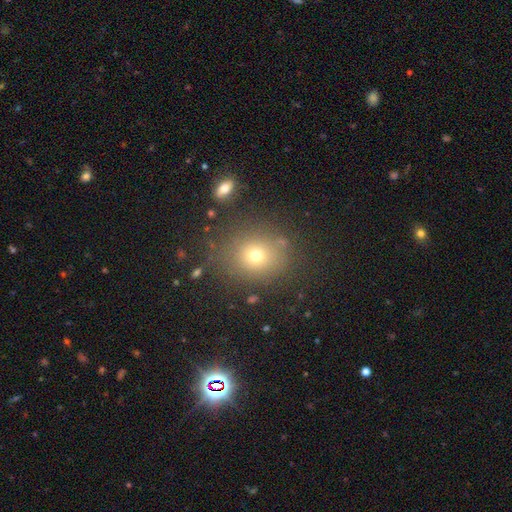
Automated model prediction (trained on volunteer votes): Overall: smooth (70%). How rounded: round (73%). Merging: none (80%).